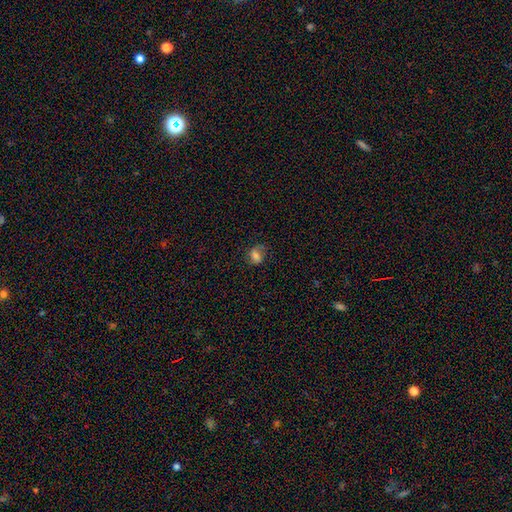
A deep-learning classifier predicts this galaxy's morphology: A smooth galaxy with no disk features (65%) that is in between round and cigar-shaped (61%).

Vote fractions:
- Smooth or featured? smooth: 65% / featured or disk: 22% / star or artifact: 13%
- How rounded? in between: 61% / round: 37% / cigar-shaped: 2%
- Merging? none: 61% / minor disturbance: 24% / major disturbance: 13% / merger: 2%